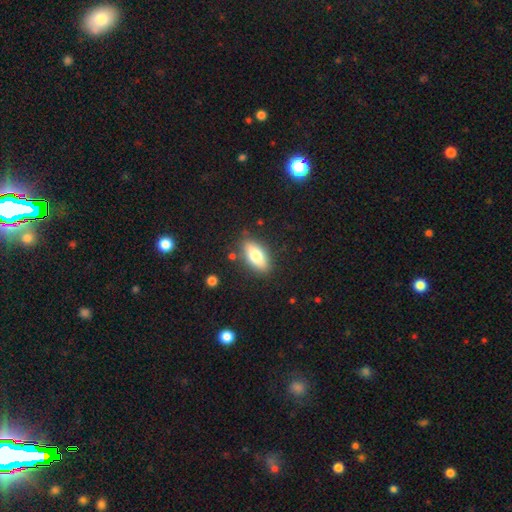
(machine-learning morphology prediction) smooth 72%, featured or disk 21%, star or artifact 7%. Down the decision tree: how rounded — in between (83%); merging — none (84%).